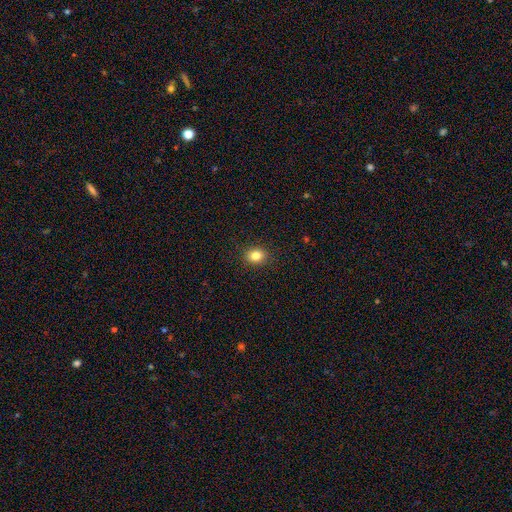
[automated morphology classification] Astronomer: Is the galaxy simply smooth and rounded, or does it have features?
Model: smooth — 83%.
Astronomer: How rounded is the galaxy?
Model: round — 54% (runner-up: in between, 45%).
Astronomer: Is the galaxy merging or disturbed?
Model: none — 90%.